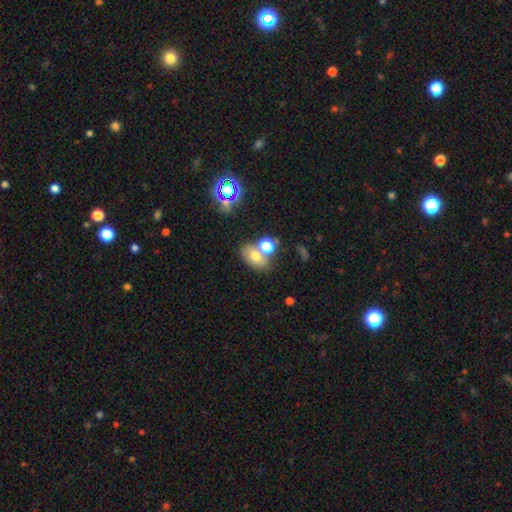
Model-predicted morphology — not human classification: The model was most divided on "merging": none: 51%, merger: 30%, minor disturbance: 13%, major disturbance: 6%. More confident: how rounded — in between (71%); smooth or featured — smooth (66%).